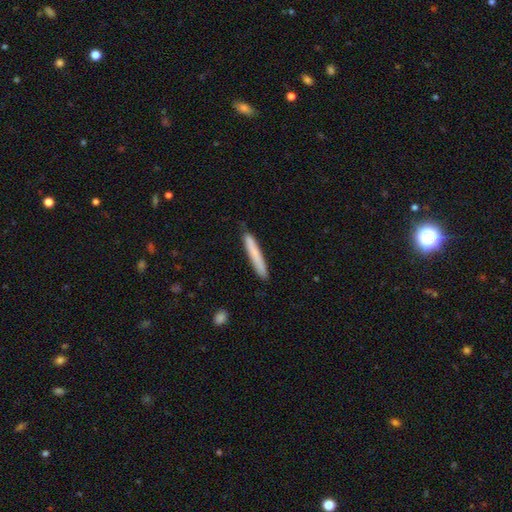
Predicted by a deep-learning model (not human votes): A smooth galaxy with no disk features (77%) that is cigar-shaped (95%).

Vote fractions:
- Smooth or featured? smooth: 77% / featured or disk: 17% / star or artifact: 6%
- How rounded? cigar-shaped: 95% / in between: 3% / round: 1%
- Merging? none: 86% / minor disturbance: 11% / major disturbance: 2% / merger: 1%